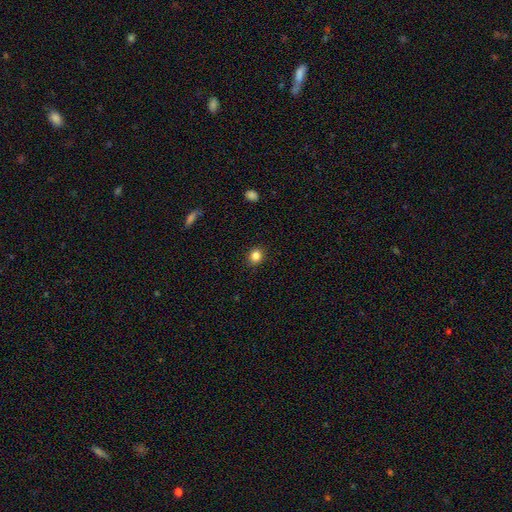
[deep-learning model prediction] A smooth galaxy with no disk features (84%) that is round (76%).

Vote fractions:
- Smooth or featured? smooth: 84% / star or artifact: 11% / featured or disk: 5%
- How rounded? round: 76% / in between: 23% / cigar-shaped: 1%
- Merging? none: 90% / minor disturbance: 7% / major disturbance: 2% / merger: 1%